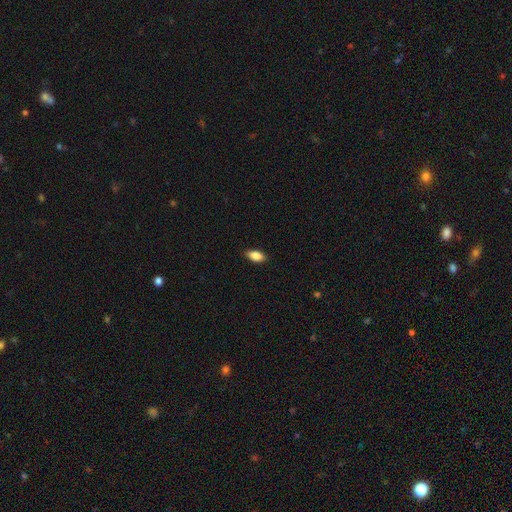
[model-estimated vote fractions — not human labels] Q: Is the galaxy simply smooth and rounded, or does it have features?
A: smooth — 87%.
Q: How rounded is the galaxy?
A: in between — 91%.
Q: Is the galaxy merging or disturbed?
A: none — 87%.